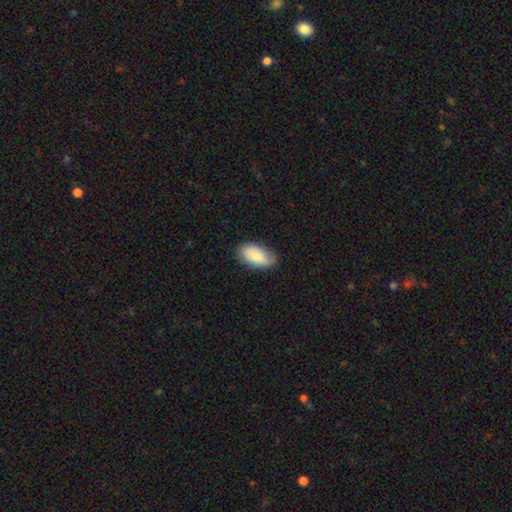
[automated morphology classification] A smooth galaxy with no disk features (78%) that is in between round and cigar-shaped (94%).

Vote fractions:
- Smooth or featured? smooth: 78% / featured or disk: 16% / star or artifact: 6%
- How rounded? in between: 94% / round: 3% / cigar-shaped: 3%
- Merging? none: 77% / minor disturbance: 18% / major disturbance: 3% / merger: 1%